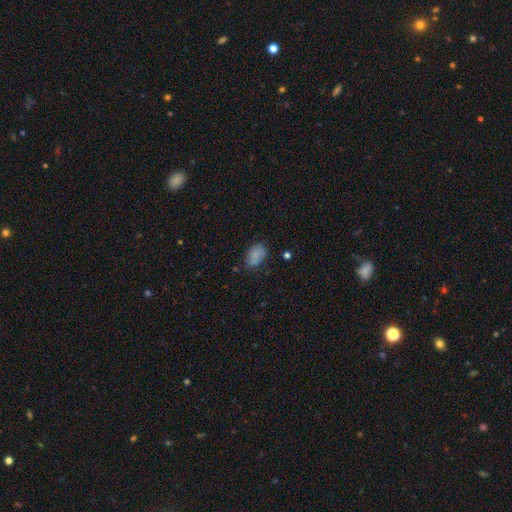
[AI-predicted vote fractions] This appears to be a smooth galaxy with no disk features (82%) that is in between round and cigar-shaped (86%). Merging: none (65%).